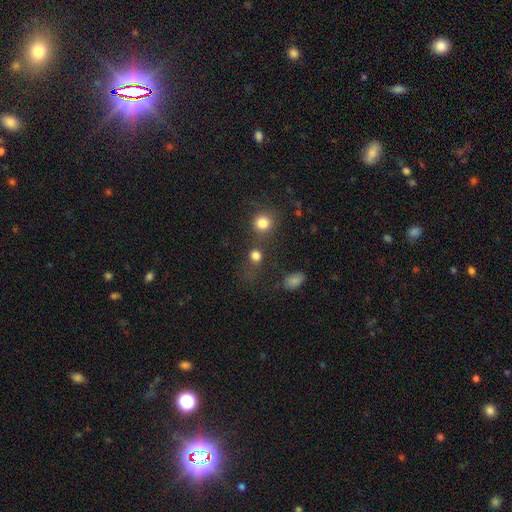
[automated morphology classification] Smooth or featured? Predicted: smooth (p=0.79). How rounded? Predicted: round (p=0.78). Merging? Predicted: none (p=0.57).